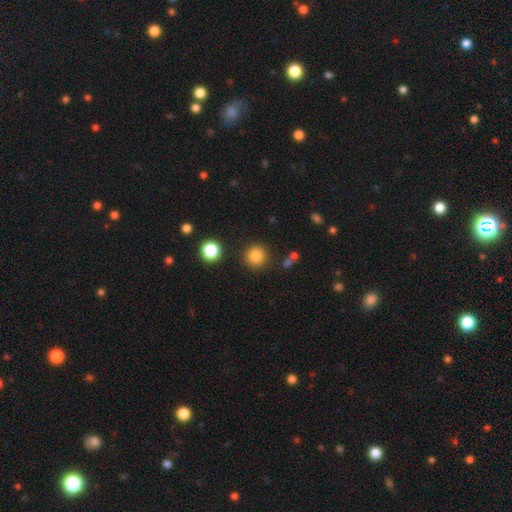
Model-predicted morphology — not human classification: The model was most divided on "smooth or featured": smooth: 84%, star or artifact: 11%, featured or disk: 5%. More confident: how rounded — round (94%); merging — none (87%).